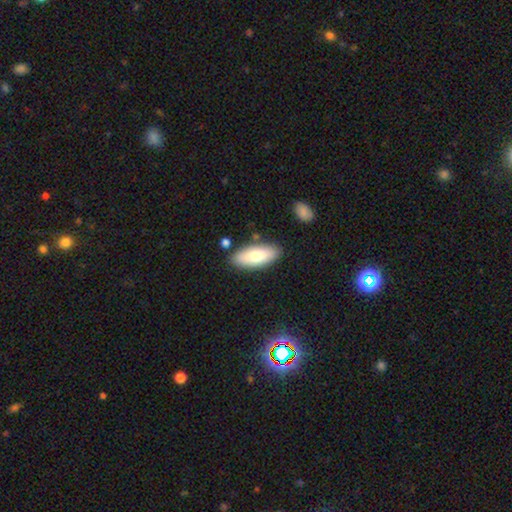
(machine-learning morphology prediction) A smooth galaxy with no disk features (75%) that is in between round and cigar-shaped (80%). Merging: none (83%).